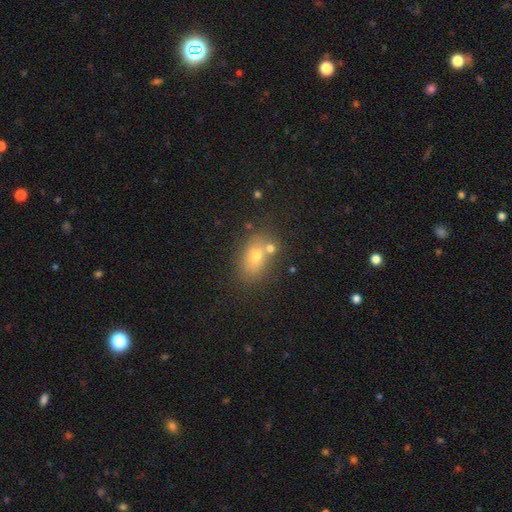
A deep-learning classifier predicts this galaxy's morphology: smooth-or-featured: smooth: 69% | featured or disk: 17% | star or artifact: 14%
  how-rounded: in between: 73% | round: 25% | cigar-shaped: 2%
  merging: none: 59% | merger: 22% | minor disturbance: 14% | major disturbance: 5%